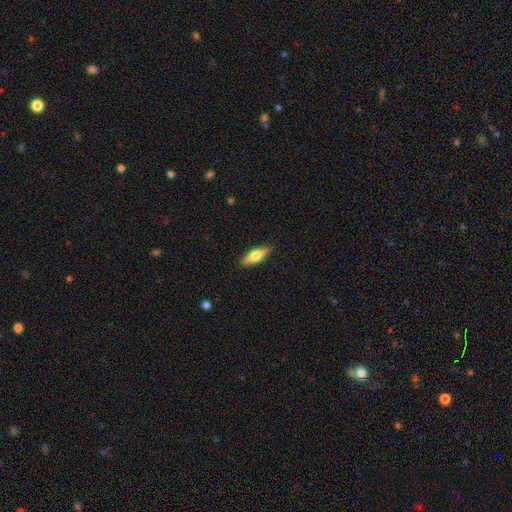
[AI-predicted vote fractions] A smooth galaxy with no disk features (60%) that is in between round and cigar-shaped (50%). Merging: none (88%).